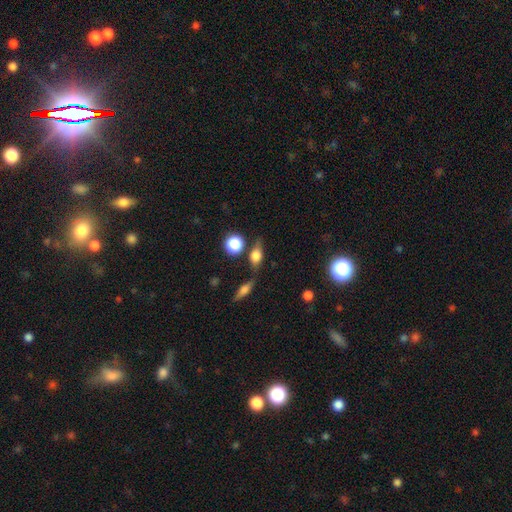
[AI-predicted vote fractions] A smooth galaxy with no disk features (56%) that is in between round and cigar-shaped (58%).

Vote fractions:
- Smooth or featured? smooth: 56% / featured or disk: 32% / star or artifact: 11%
- How rounded? in between: 58% / round: 28% / cigar-shaped: 14%
- Merging? none: 66% / minor disturbance: 18% / merger: 10% / major disturbance: 6%